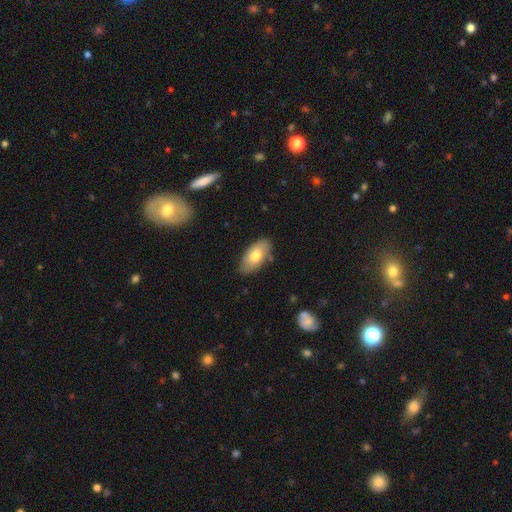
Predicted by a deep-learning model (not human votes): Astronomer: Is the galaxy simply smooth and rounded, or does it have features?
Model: smooth — 71%.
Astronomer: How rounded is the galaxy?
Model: in between — 93%.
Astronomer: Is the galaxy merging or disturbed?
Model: none — 78%.